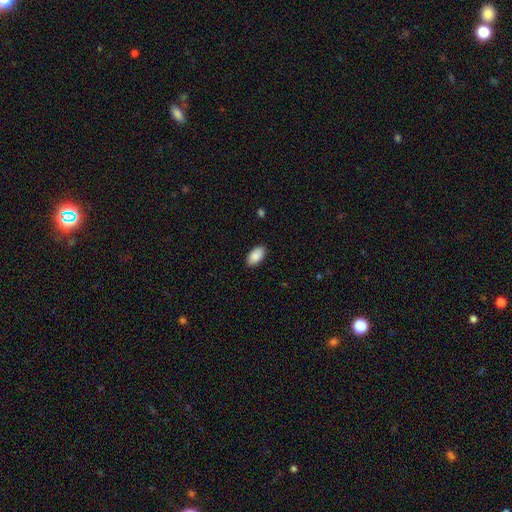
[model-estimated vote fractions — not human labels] Smooth or featured? smooth (90%)
How rounded? in between (95%)
Merging? none (89%)